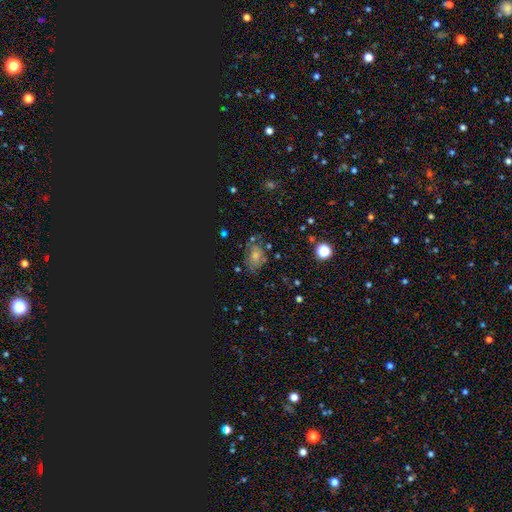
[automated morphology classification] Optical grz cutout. It shows a smooth galaxy with no disk features (52%) that is in between round and cigar-shaped (74%). Merging: none (63%).